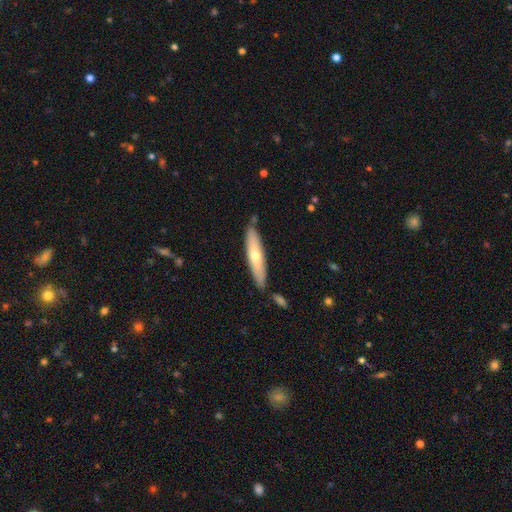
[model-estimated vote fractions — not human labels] This is possibly a smooth galaxy (53%). How rounded: clearly cigar-shaped (84%). Merging: clearly none (81%).